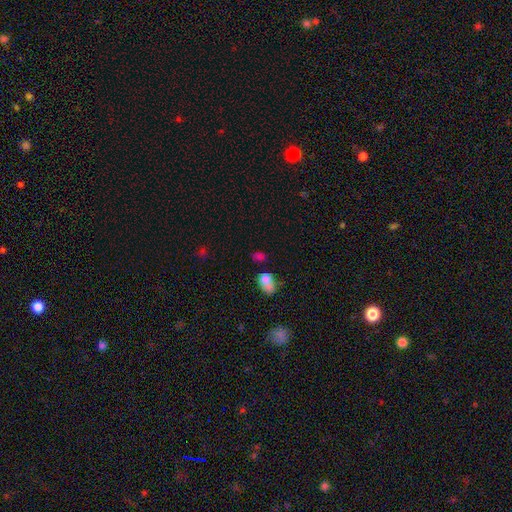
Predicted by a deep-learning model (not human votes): Smooth or featured?
  - smooth: 65% *
  - star or artifact: 22%
  - featured or disk: 13%
How rounded?
  - in between: 57% *
  - round: 40%
  - cigar-shaped: 3%
Merging?
  - none: 40% *
  - merger: 26%
  - minor disturbance: 19%
  - major disturbance: 16%